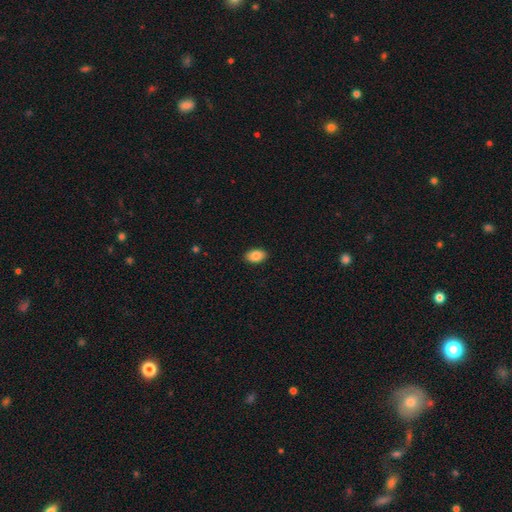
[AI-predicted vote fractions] Morphology: type=smooth (87%); roundness=in between (91%); merging=none (90%).